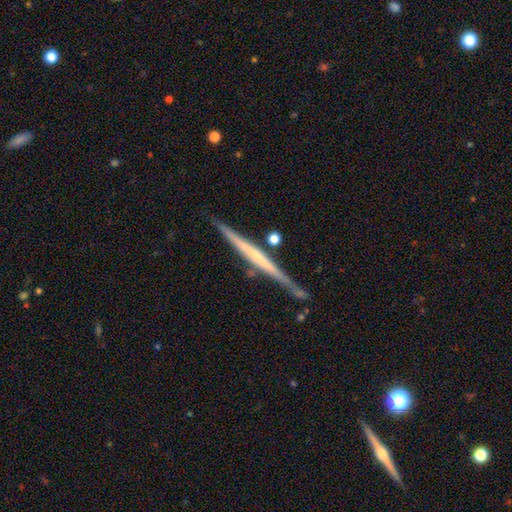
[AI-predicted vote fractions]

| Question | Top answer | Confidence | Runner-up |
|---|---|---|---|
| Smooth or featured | featured or disk | 68% | smooth (26%) |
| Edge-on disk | yes | 98% | no (2%) |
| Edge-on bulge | none | 73% | rounded (16%) |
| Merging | none | 82% | minor disturbance (11%) |